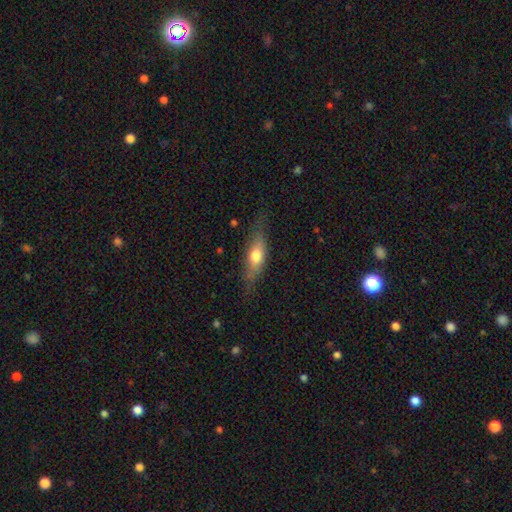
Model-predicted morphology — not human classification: Smooth or featured?
  - smooth: 60% *
  - featured or disk: 34%
  - star or artifact: 7%
How rounded?
  - in between: 51% *
  - cigar-shaped: 45%
  - round: 4%
Merging?
  - none: 74% *
  - minor disturbance: 19%
  - major disturbance: 6%
  - merger: 1%